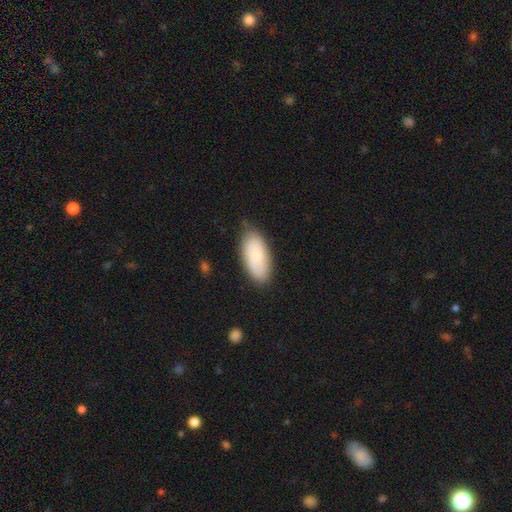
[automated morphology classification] smooth-or-featured: smooth: 80% | featured or disk: 14% | star or artifact: 6%
  how-rounded: in between: 91% | cigar-shaped: 7% | round: 2%
  merging: none: 77% | minor disturbance: 18% | major disturbance: 3% | merger: 2%